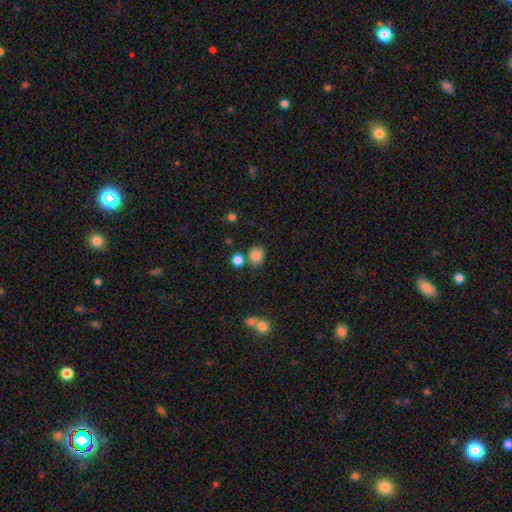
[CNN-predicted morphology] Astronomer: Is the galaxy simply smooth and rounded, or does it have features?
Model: smooth — 81%.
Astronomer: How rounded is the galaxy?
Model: round — 70%.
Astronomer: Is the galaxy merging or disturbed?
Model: none — 72%.